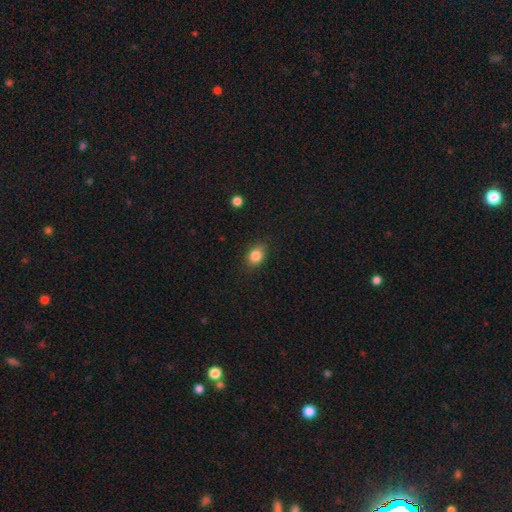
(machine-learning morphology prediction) Q: Smooth or featured?
A: smooth (84%); runner-up: star or artifact (10%)
Q: How rounded?
A: in between (59%); runner-up: round (40%)
Q: Merging?
A: none (80%); runner-up: minor disturbance (16%)